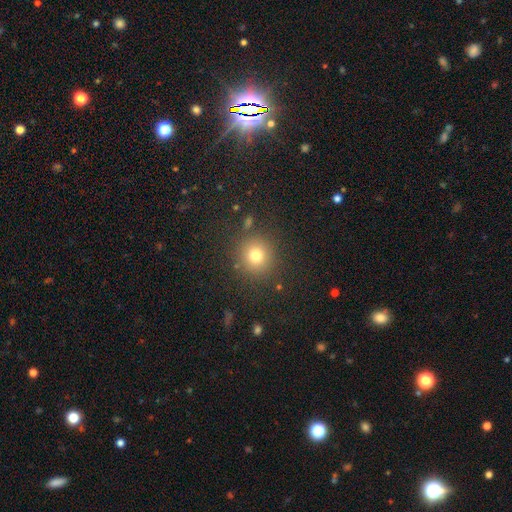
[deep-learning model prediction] smooth_or_featured: smooth (p=0.77) [alt: star or artifact p=0.15]
how_rounded: round (p=0.91) [alt: in between p=0.08]
merging: none (p=0.85) [alt: minor disturbance p=0.08]